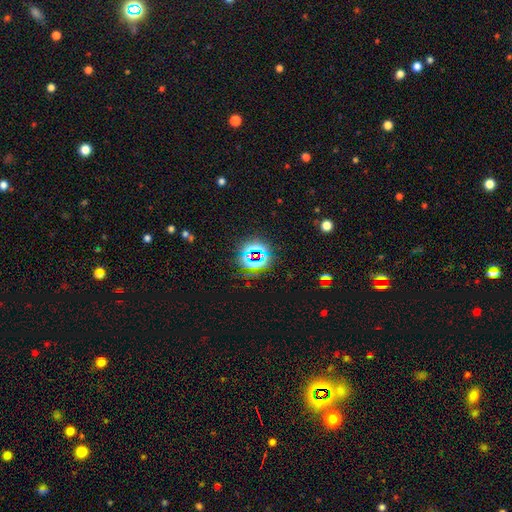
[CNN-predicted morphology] smooth-or-featured: star or artifact: 69% | smooth: 20% | featured or disk: 11%